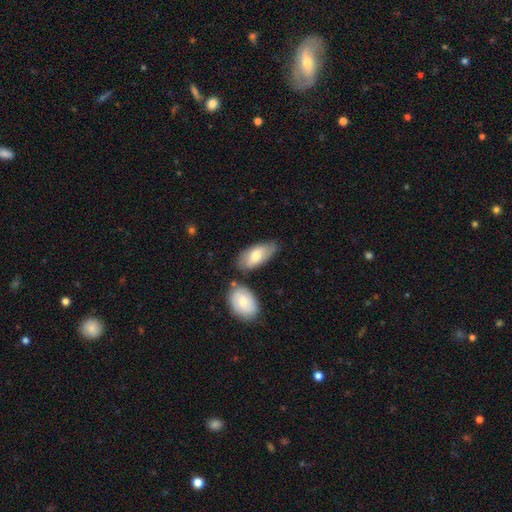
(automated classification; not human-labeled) Smooth or featured? Predicted: smooth (p=0.70). How rounded? Predicted: in between (p=0.88). Merging? Predicted: none (p=0.64).